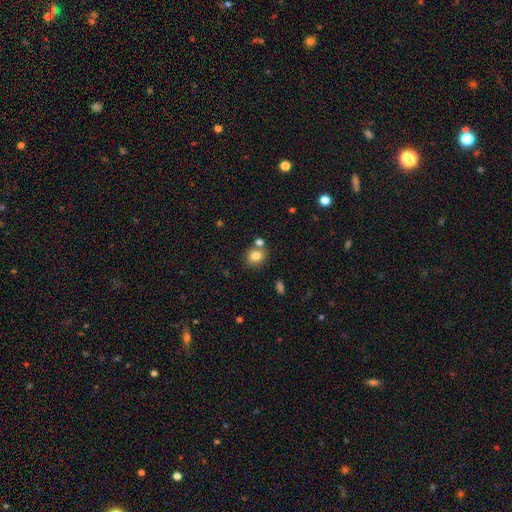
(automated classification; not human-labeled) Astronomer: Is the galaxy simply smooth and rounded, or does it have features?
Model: smooth — 81%.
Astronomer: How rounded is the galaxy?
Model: round — 75%.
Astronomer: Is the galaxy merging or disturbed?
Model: none — 68%.